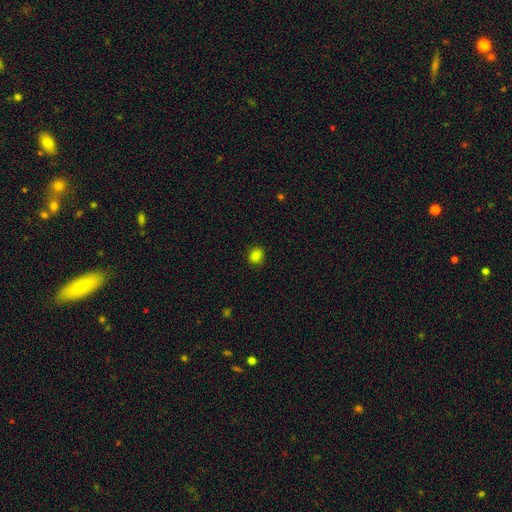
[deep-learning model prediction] This is clearly a smooth galaxy (83%). How rounded: likely round (68%). Merging: clearly none (88%).